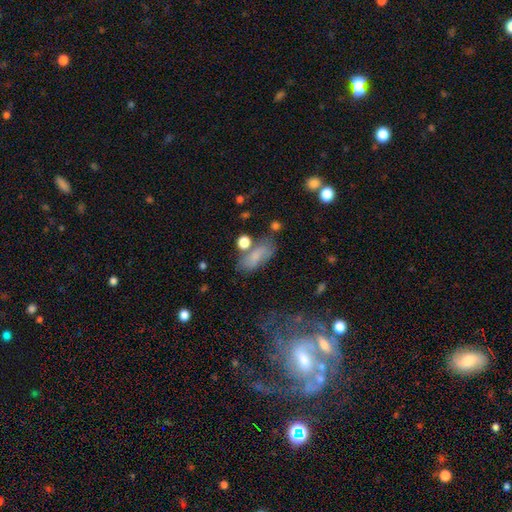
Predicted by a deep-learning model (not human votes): A smooth galaxy with no disk features (70%) that is in between round and cigar-shaped (76%).

Vote fractions:
- Smooth or featured? smooth: 70% / featured or disk: 19% / star or artifact: 12%
- How rounded? in between: 76% / cigar-shaped: 15% / round: 8%
- Merging? none: 56% / minor disturbance: 21% / merger: 13% / major disturbance: 10%